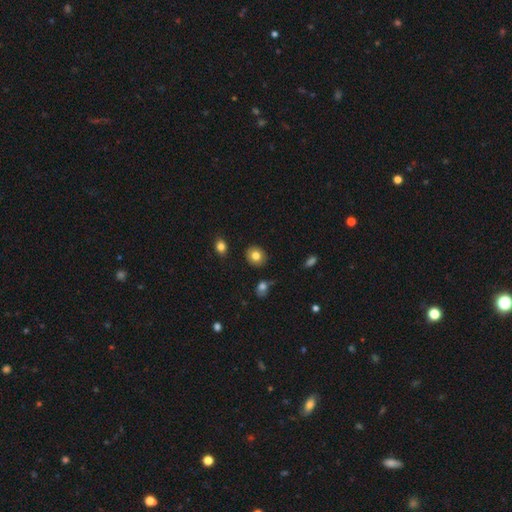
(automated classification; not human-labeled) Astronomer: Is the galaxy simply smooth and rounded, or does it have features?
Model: smooth — 81%.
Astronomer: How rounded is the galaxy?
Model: round — 72%.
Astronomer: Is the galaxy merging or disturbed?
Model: none — 88%.